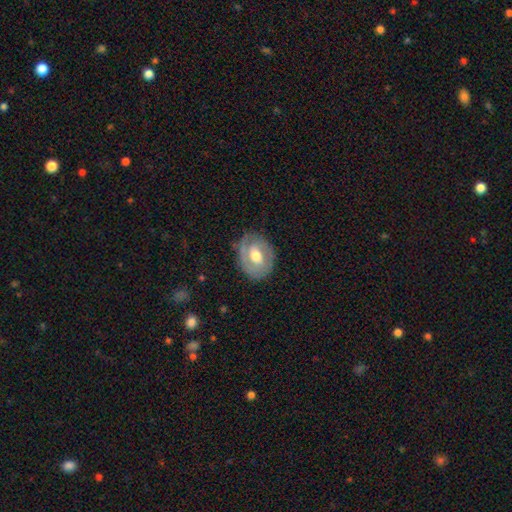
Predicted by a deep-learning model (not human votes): Overall: featured or disk (63%; smooth 31%). Edge-on disk: no (95%). Bar: no (45%; weak 41%). Spiral arms: yes (63%; no 37%). Bulge size: moderate (70%). Merging: none (74%).